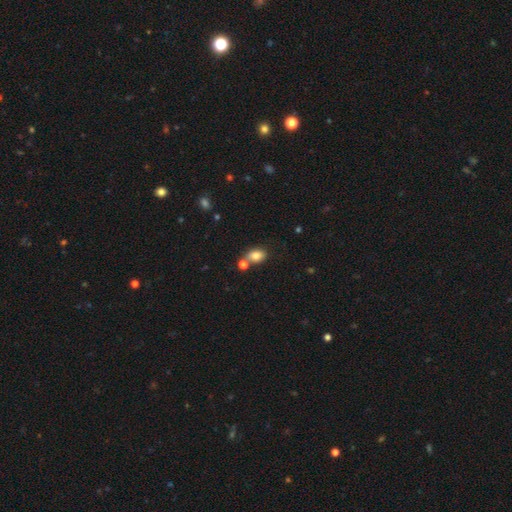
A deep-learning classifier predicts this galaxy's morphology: Smooth or featured? smooth (82%)
How rounded? in between (78%)
Merging? none (58%)